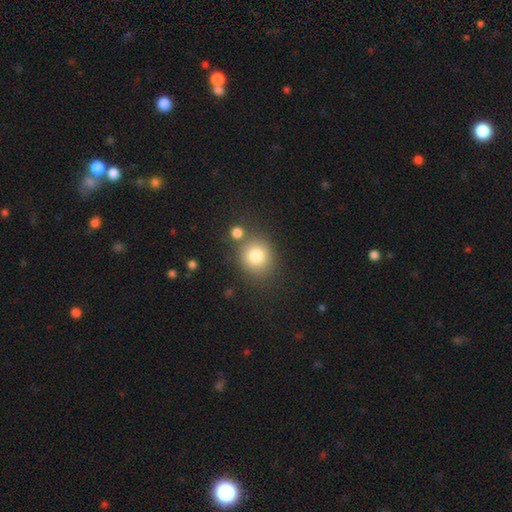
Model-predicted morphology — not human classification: A smooth galaxy with no disk features (80%) that is round (80%). Merging: none (72%).